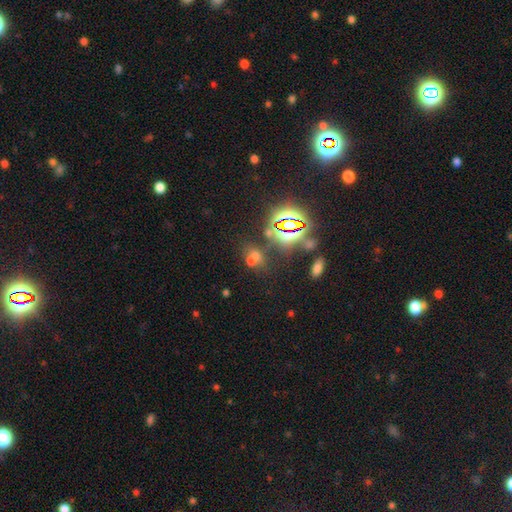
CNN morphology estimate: The model was most divided on "smooth or featured": star or artifact: 45%, smooth: 42%, featured or disk: 12%.